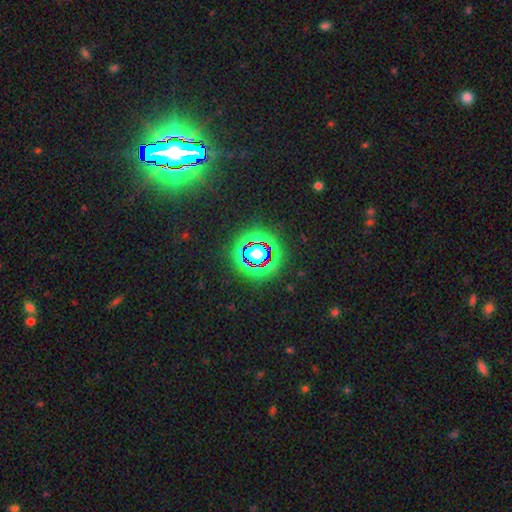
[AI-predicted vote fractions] The model was most divided on "smooth or featured": star or artifact: 70%, smooth: 20%, featured or disk: 10%.